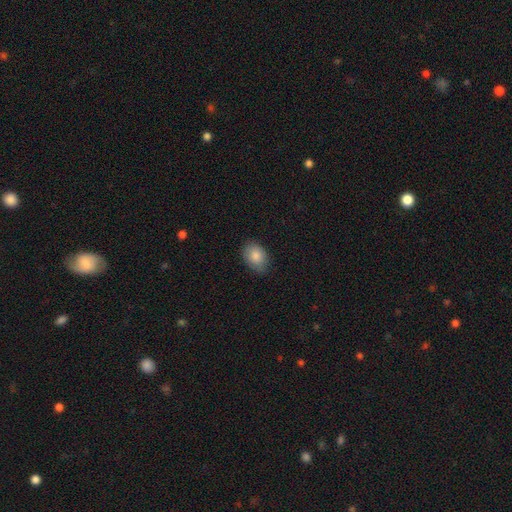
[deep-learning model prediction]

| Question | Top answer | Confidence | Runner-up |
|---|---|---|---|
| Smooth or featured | smooth | 86% | featured or disk (7%) |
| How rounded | in between | 79% | round (20%) |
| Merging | none | 80% | minor disturbance (16%) |